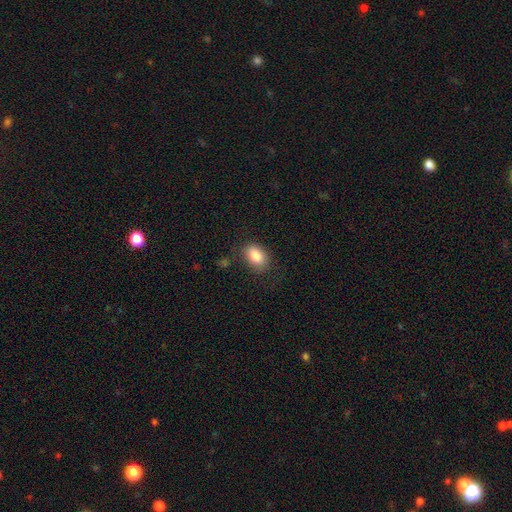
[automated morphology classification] type=smooth (86%); roundness=in between (86%); merging=none (80%).